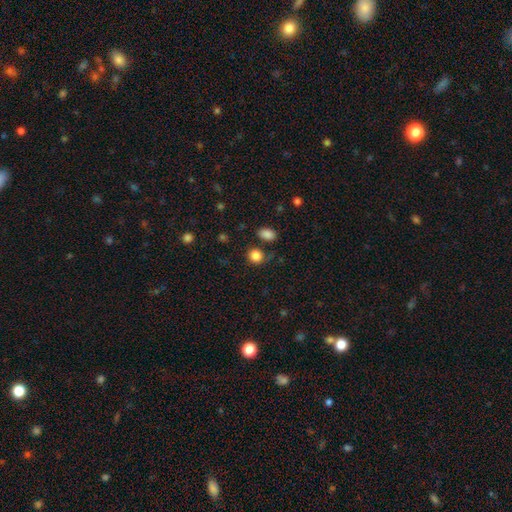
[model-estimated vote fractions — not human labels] Smooth or featured? smooth (85%)
How rounded? round (74%)
Merging? none (75%)